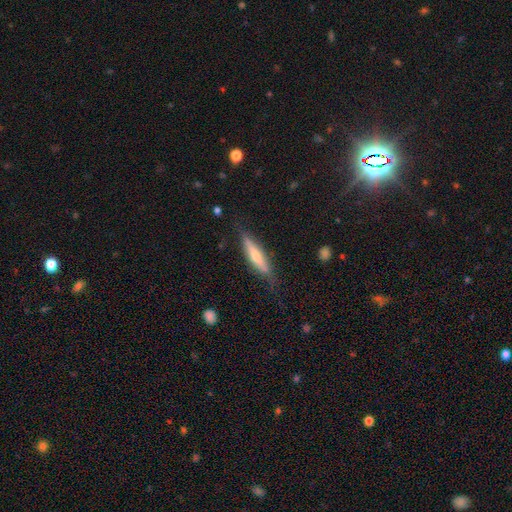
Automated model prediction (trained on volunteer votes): Smooth or featured: smooth — 49% (featured or disk — 44%)
Merging: none — 77% (minor disturbance — 17%)